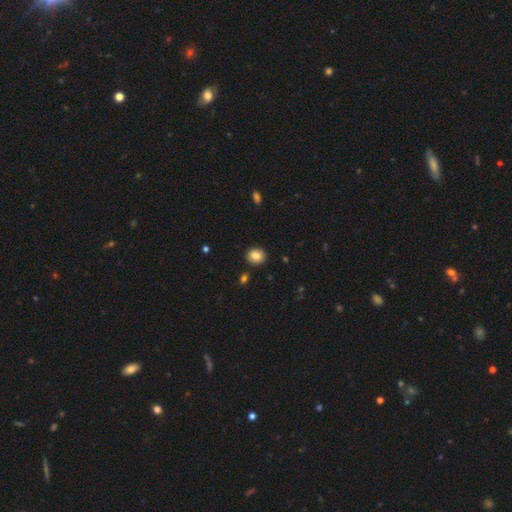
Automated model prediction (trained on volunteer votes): smooth 83%, star or artifact 9%, featured or disk 8%. Down the decision tree: how rounded — round (70%); merging — none (90%).